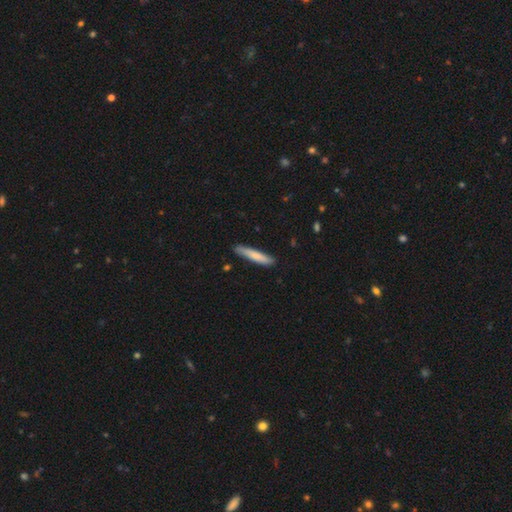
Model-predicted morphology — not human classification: This appears to be a smooth galaxy with no disk features (77%) that is cigar-shaped (92%). Merging: none (84%).